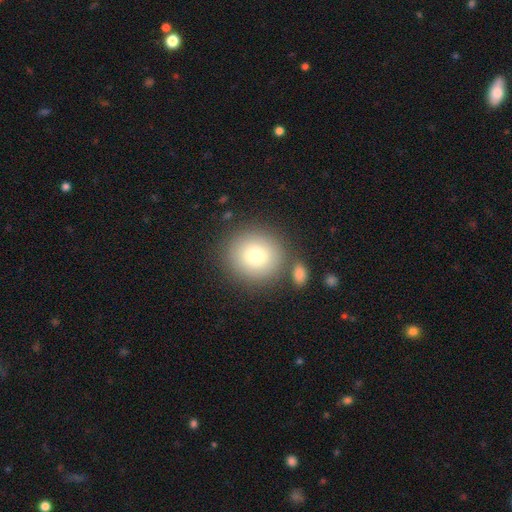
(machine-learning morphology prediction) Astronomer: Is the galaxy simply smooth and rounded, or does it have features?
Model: smooth — 78%.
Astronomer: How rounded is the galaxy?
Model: round — 90%.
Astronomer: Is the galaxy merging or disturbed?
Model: none — 78%.